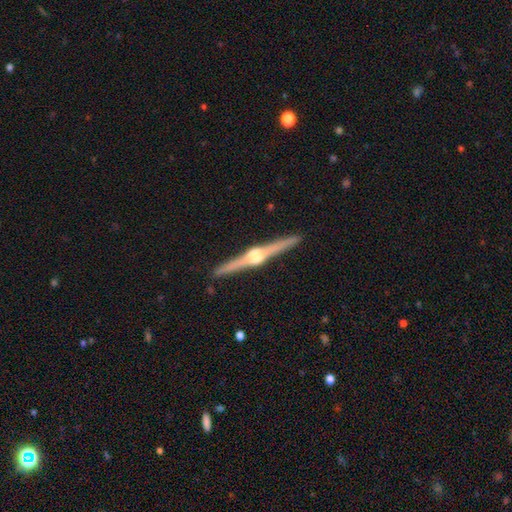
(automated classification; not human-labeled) smooth_or_featured: featured or disk (p=0.86) [alt: smooth p=0.08]
disk_edge_on: yes (p=0.99) [alt: no p=0.01]
edge_on_bulge: rounded (p=0.90) [alt: boxy p=0.07]
merging: none (p=0.92) [alt: minor disturbance p=0.06]